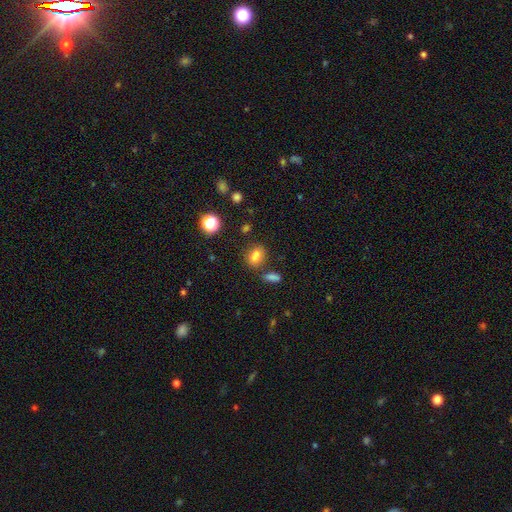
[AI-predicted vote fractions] This is likely a smooth galaxy (74%). How rounded: likely in between (62%). Merging: possibly none (54%).